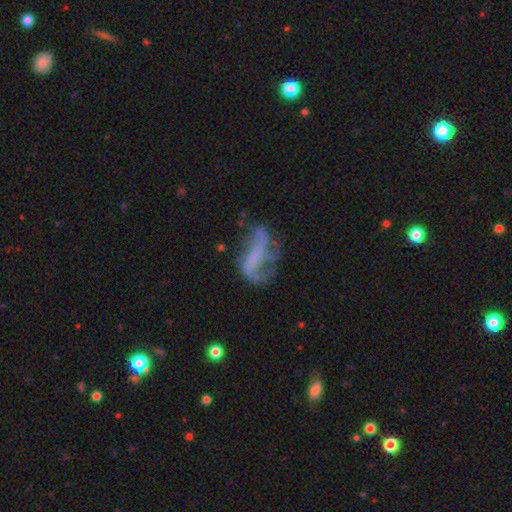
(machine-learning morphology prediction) Q: Smooth or featured?
A: featured or disk (64%); runner-up: smooth (23%)
Q: Edge-on disk?
A: no (95%); runner-up: yes (5%)
Q: Bar?
A: no (51%); runner-up: weak (27%)
Q: Spiral arms?
A: yes (57%); runner-up: no (43%)
Q: Bulge size?
A: none (72%); runner-up: small (14%)
Q: Merging?
A: none (39%); runner-up: major disturbance (34%)